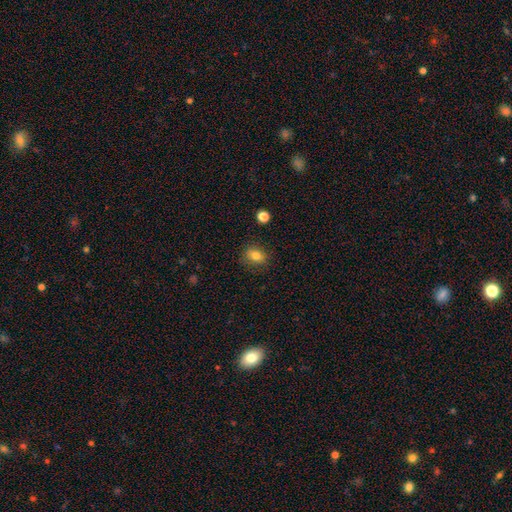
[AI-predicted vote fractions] A smooth galaxy with no disk features (81%) that is in between round and cigar-shaped (60%). Merging: none (85%).